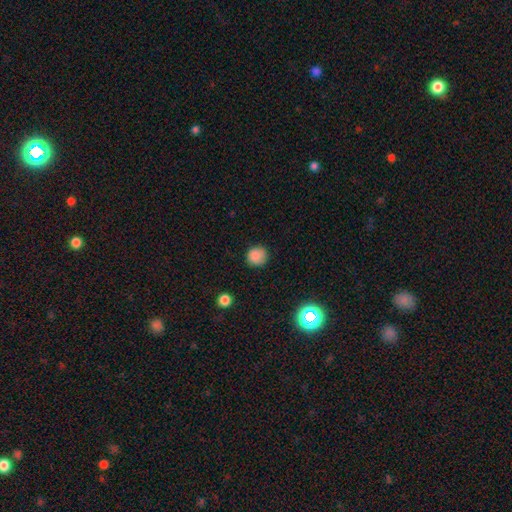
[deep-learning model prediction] smooth_or_featured: smooth (p=0.85) [alt: star or artifact p=0.11]
how_rounded: round (p=0.90) [alt: in between p=0.09]
merging: none (p=0.83) [alt: minor disturbance p=0.13]